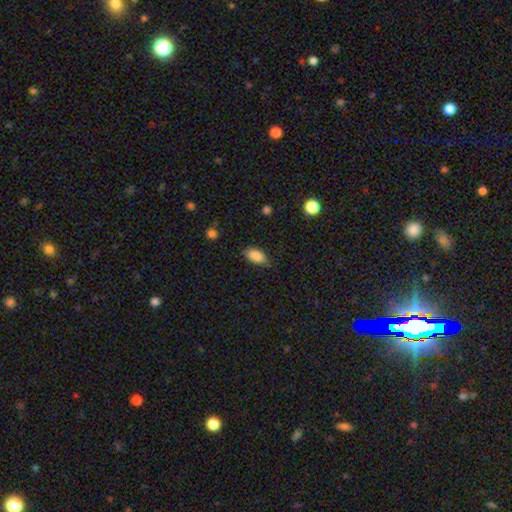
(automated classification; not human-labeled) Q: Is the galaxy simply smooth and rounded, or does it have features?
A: smooth — 86%.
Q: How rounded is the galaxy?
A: in between — 91%.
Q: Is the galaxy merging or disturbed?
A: none — 76%.